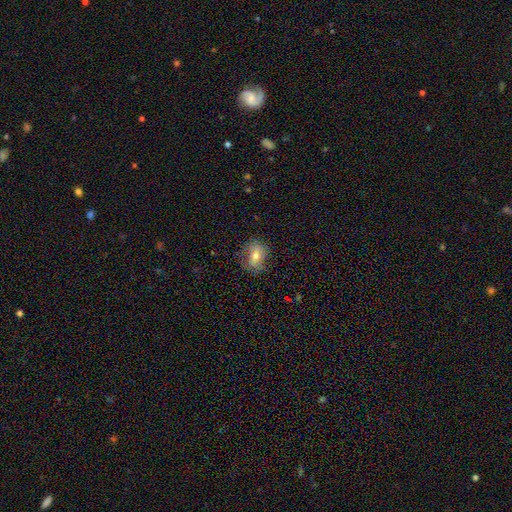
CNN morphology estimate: Smooth or featured?
  - smooth: 57% *
  - featured or disk: 32%
  - star or artifact: 11%
How rounded?
  - in between: 58% *
  - round: 39%
  - cigar-shaped: 2%
Merging?
  - none: 70% *
  - minor disturbance: 21%
  - major disturbance: 8%
  - merger: 1%